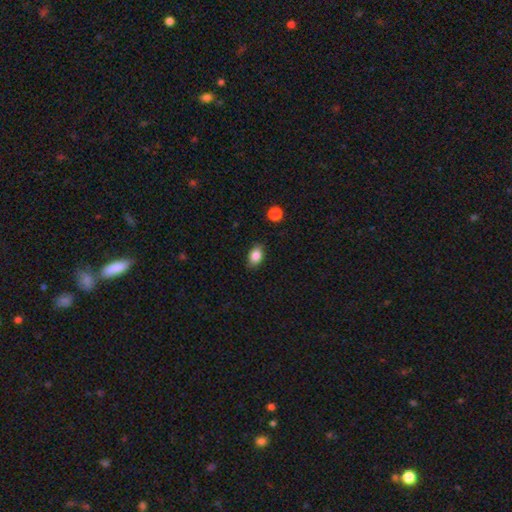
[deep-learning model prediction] smooth 85%, star or artifact 9%, featured or disk 7%. Down the decision tree: how rounded — in between (82%); merging — none (85%).